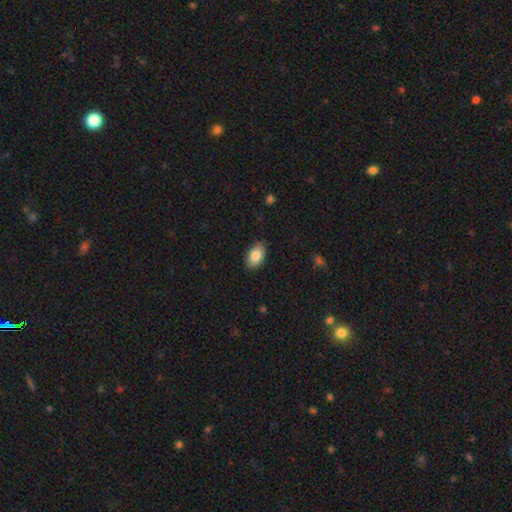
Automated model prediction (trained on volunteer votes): This appears to be a smooth galaxy with no disk features (83%) that is in between round and cigar-shaped (92%). Merging: none (85%).